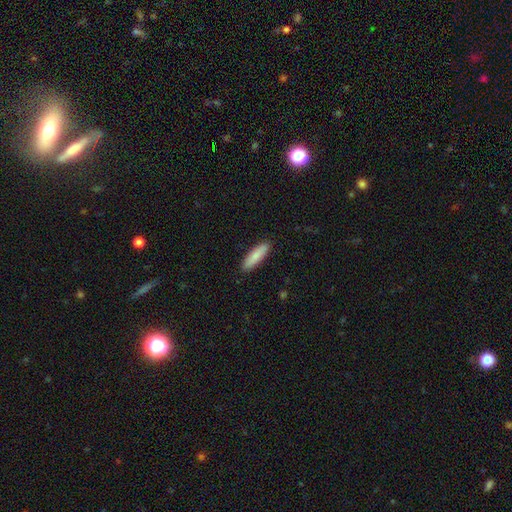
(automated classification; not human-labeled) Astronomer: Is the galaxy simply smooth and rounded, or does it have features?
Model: smooth — 85%.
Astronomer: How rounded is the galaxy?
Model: cigar-shaped — 66%.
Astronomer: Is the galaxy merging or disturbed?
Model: none — 91%.